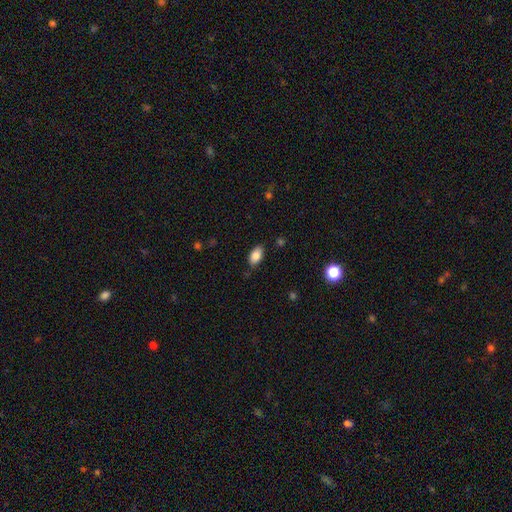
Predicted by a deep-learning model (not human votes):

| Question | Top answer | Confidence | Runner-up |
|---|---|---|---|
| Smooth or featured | smooth | 85% | star or artifact (8%) |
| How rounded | in between | 92% | round (5%) |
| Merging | none | 81% | minor disturbance (15%) |